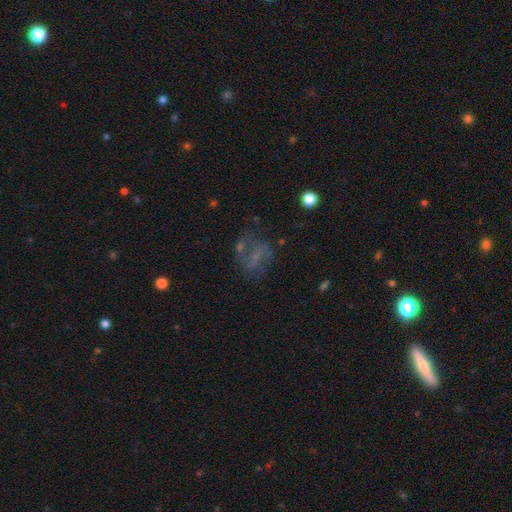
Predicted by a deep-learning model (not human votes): Smooth or featured?
  - featured or disk: 50% *
  - smooth: 30%
  - star or artifact: 20%
Merging?
  - none: 50% *
  - major disturbance: 24%
  - minor disturbance: 19%
  - merger: 7%